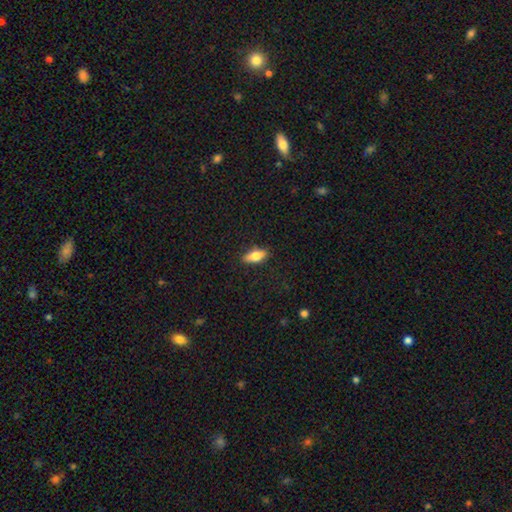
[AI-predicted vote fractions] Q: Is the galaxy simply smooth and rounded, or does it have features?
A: smooth — 71%.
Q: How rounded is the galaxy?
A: in between — 72%.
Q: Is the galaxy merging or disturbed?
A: none — 87%.